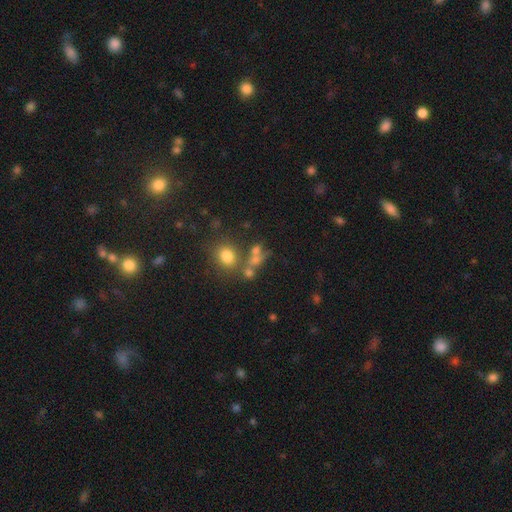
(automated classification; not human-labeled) smooth-or-featured: smooth: 61% | star or artifact: 21% | featured or disk: 17%
  how-rounded: round: 52% | in between: 44% | cigar-shaped: 4%
  merging: none: 46% | merger: 32% | minor disturbance: 12% | major disturbance: 10%